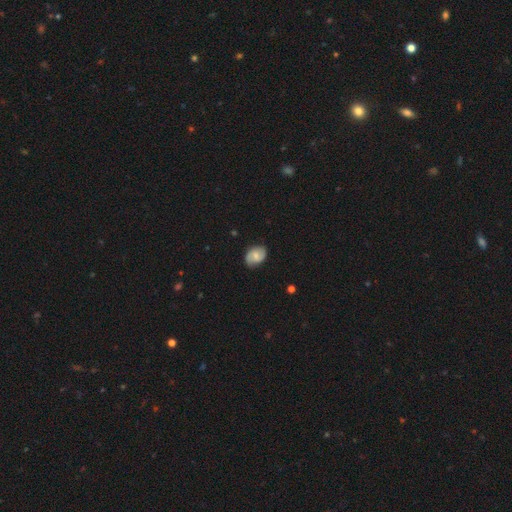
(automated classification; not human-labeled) This appears to be a featured or disk galaxy (48%). Merging: none (77%).